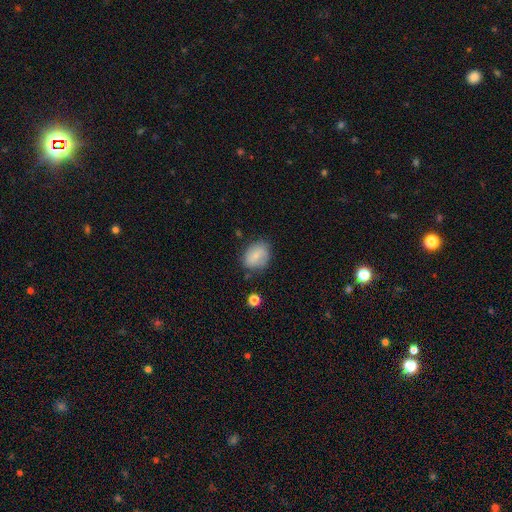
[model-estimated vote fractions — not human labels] This appears to be a smooth galaxy with no disk features (67%) that is in between round and cigar-shaped (59%). Merging: none (73%).